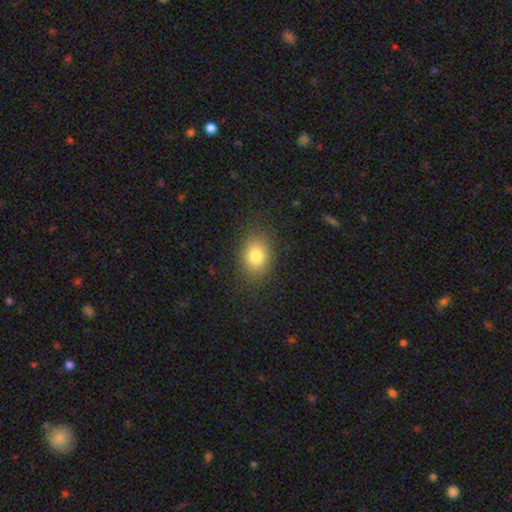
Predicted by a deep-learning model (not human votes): Overall: smooth (81%). How rounded: in between (64%; round 35%). Merging: none (85%).